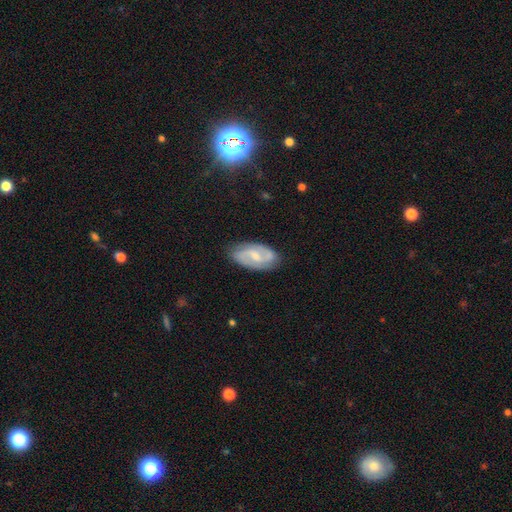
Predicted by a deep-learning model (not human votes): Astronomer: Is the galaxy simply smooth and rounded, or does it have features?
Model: featured or disk — 80%.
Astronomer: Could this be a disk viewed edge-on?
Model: no — 96%.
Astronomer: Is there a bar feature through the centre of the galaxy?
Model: weak — 56%.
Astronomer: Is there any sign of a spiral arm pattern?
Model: yes — 94%.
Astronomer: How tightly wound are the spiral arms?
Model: medium — 51% (runner-up: tight, 28%).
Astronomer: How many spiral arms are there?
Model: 2 — 89%.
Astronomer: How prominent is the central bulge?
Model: small — 55% (runner-up: moderate, 35%).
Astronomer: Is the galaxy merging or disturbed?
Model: none — 82%.